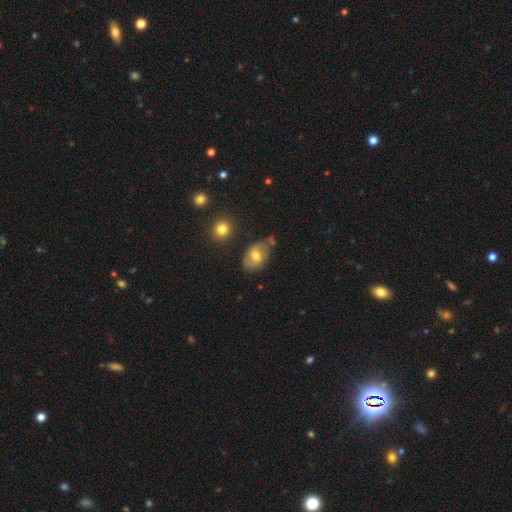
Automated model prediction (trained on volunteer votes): Overall: smooth (60%; featured or disk 32%). How rounded: in between (84%). Merging: none (53%; minor disturbance 29%).